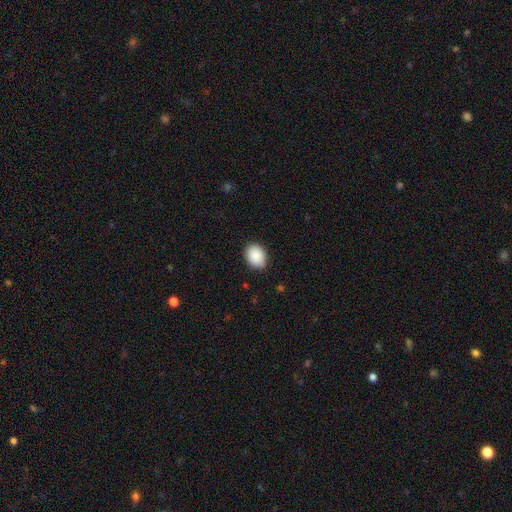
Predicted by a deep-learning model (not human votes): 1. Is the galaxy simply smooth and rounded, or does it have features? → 89% smooth, 7% star or artifact, 3% featured or disk.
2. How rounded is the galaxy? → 64% in between, 35% round, 1% cigar-shaped.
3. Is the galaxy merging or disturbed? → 84% none, 13% minor disturbance, 2% major disturbance, 1% merger.